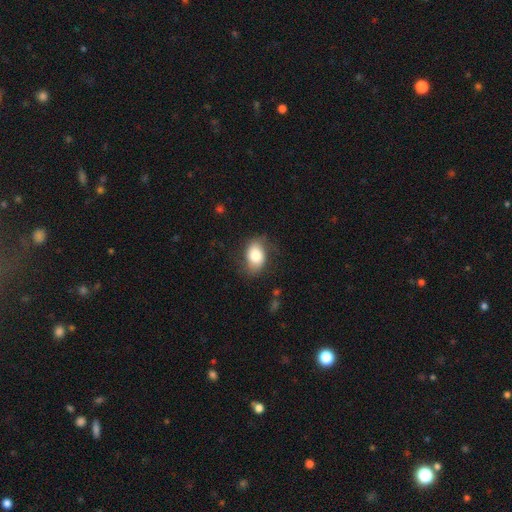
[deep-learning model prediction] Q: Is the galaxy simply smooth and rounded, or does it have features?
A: smooth — 76%.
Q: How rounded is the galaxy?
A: in between — 84%.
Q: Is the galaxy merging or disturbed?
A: none — 70%.